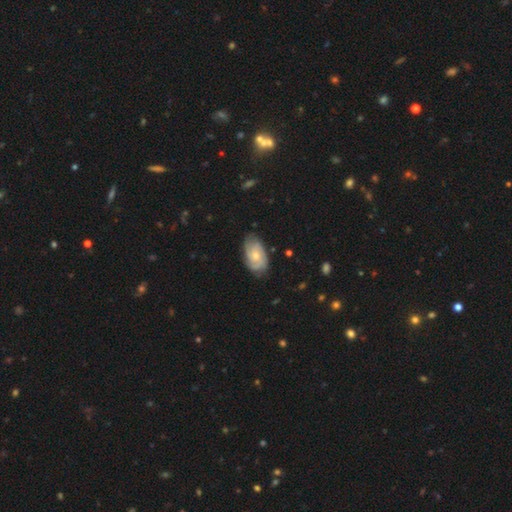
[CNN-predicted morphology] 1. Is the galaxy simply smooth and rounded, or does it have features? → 70% featured or disk, 25% smooth, 6% star or artifact.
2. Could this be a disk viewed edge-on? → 96% no, 4% yes.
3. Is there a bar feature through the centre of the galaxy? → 73% no, 24% weak, 3% strong.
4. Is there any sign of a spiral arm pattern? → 93% yes, 7% no.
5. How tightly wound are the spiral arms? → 58% tight, 33% medium, 9% loose.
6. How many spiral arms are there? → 30% can't tell, 28% 3, 27% 2, 8% 4, 4% 1, 4% more than 4.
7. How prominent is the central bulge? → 49% small, 45% moderate, 3% none, 2% large, 1% dominant.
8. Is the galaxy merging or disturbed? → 72% none, 21% minor disturbance, 5% major disturbance, 1% merger.